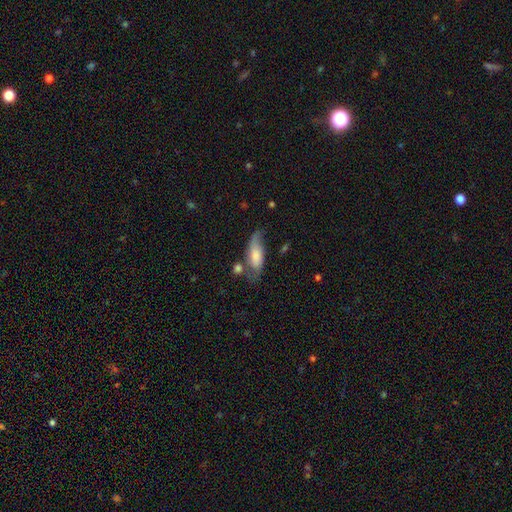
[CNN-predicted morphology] Smooth or featured: smooth — 62% (featured or disk — 31%)
How rounded: in between — 75% (cigar-shaped — 22%)
Merging: none — 45% (minor disturbance — 29%)